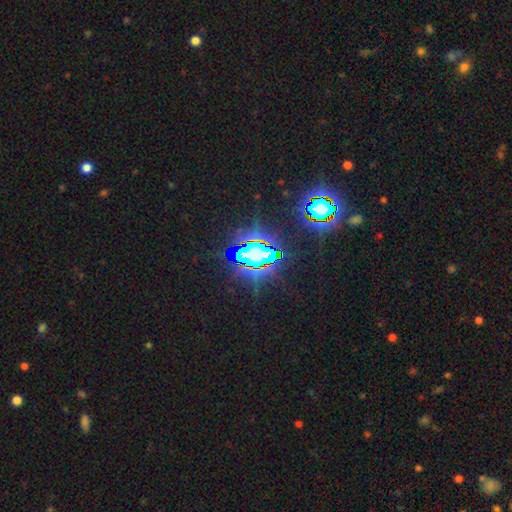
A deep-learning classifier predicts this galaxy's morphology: A star or artifact, not a galaxy (77%).